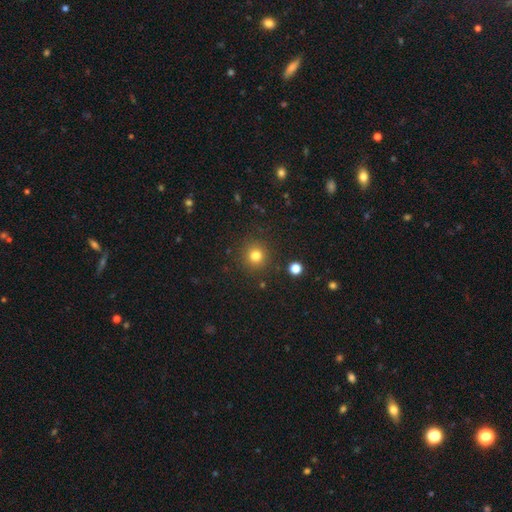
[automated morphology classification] Overall: smooth (79%). How rounded: round (93%). Merging: none (89%).